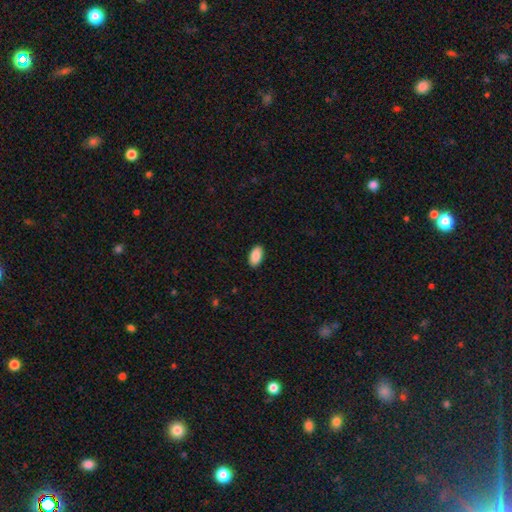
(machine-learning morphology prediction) smooth-or-featured: smooth: 90% | star or artifact: 6% | featured or disk: 4%
  how-rounded: in between: 95% | round: 3% | cigar-shaped: 2%
  merging: none: 90% | minor disturbance: 7% | major disturbance: 2% | merger: 1%